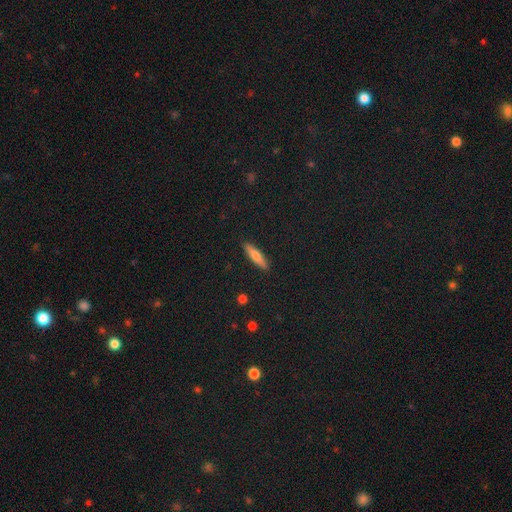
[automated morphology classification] Overall: smooth (64%; featured or disk 29%). How rounded: cigar-shaped (78%). Merging: none (90%).